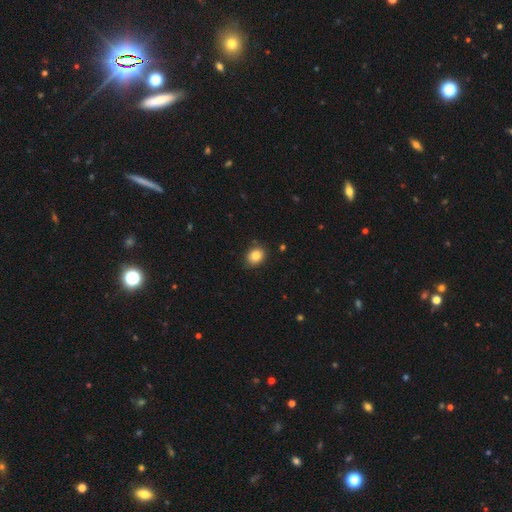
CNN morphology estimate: Q: Smooth or featured?
A: smooth (84%); runner-up: star or artifact (9%)
Q: How rounded?
A: in between (55%); runner-up: round (44%)
Q: Merging?
A: none (83%); runner-up: minor disturbance (13%)